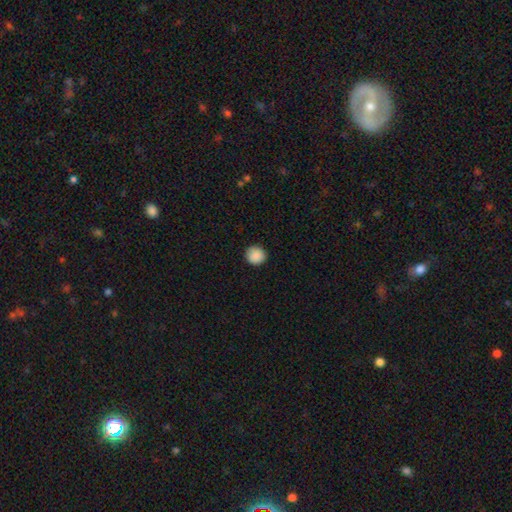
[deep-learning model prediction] Morphology: type=smooth (89%); roundness=round (93%); merging=none (91%).